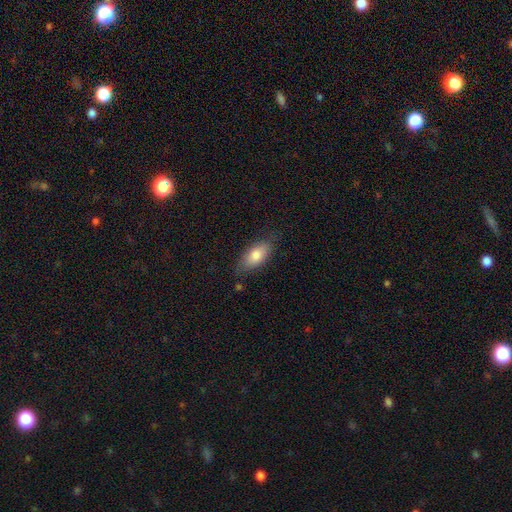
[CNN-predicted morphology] The model was most divided on "merging": none: 75%, minor disturbance: 19%, major disturbance: 4%, merger: 2%. More confident: how rounded — in between (85%); smooth or featured — smooth (78%).